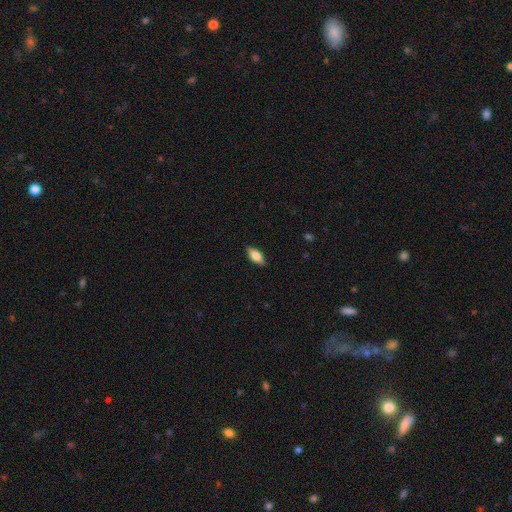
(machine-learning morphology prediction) Q: Smooth or featured?
A: smooth (76%); runner-up: featured or disk (18%)
Q: How rounded?
A: in between (84%); runner-up: cigar-shaped (13%)
Q: Merging?
A: none (88%); runner-up: minor disturbance (9%)